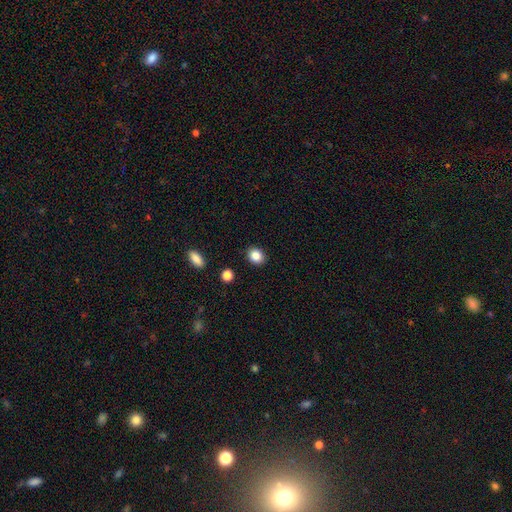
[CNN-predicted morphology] Q: Smooth or featured?
A: smooth (85%); runner-up: star or artifact (10%)
Q: How rounded?
A: round (58%); runner-up: in between (41%)
Q: Merging?
A: none (90%); runner-up: minor disturbance (7%)